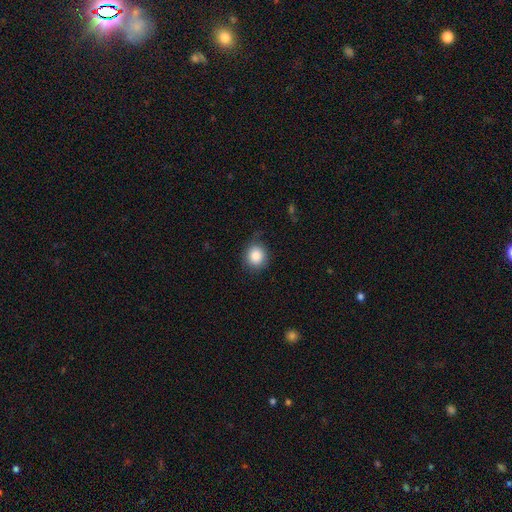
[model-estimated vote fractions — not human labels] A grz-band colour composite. It shows a smooth galaxy with no disk features (87%) that is round (84%). Merging: none (78%).